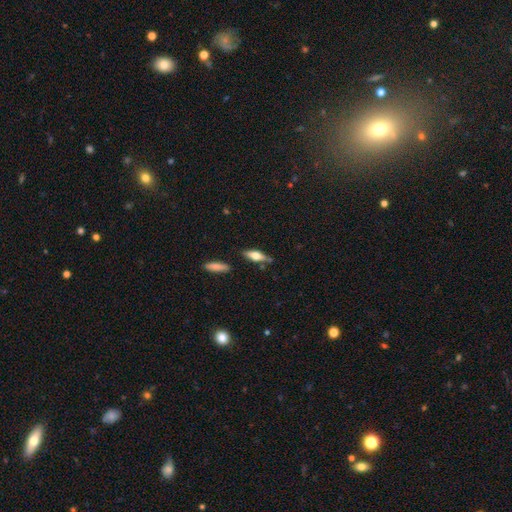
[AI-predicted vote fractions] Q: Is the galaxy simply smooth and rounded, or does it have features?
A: smooth — 48%.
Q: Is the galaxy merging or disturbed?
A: none — 76%.